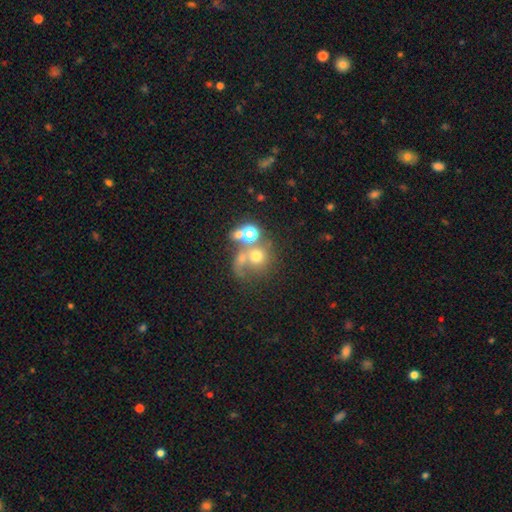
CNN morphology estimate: type=smooth (51%); roundness=round (81%); merging=merger (40%).